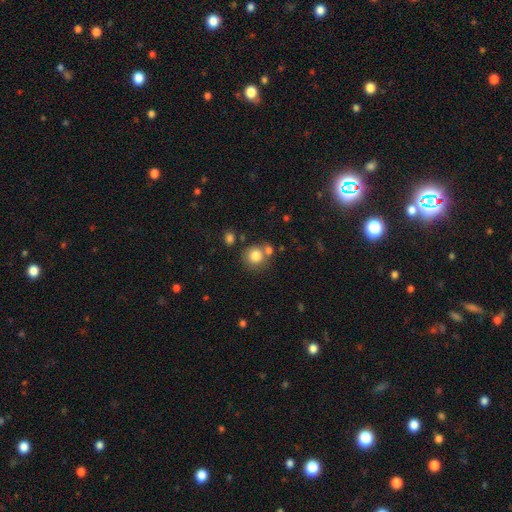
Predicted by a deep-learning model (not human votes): Overall: smooth (81%). How rounded: round (89%). Merging: none (64%).